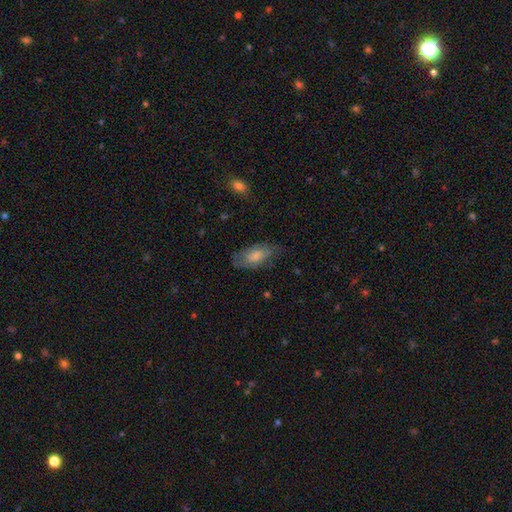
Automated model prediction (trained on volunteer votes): Smooth or featured? Predicted: smooth (p=0.69). How rounded? Predicted: in between (p=0.90). Merging? Predicted: none (p=0.64).